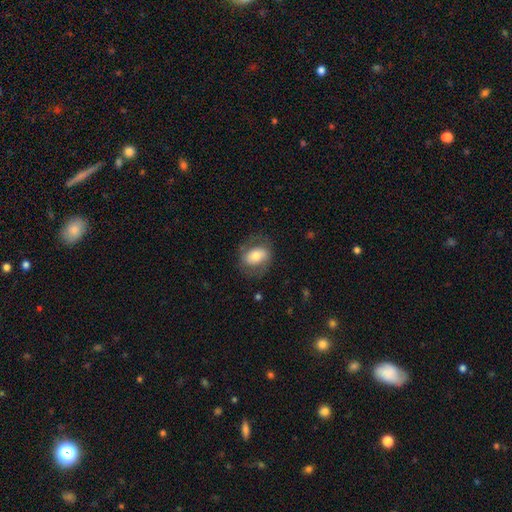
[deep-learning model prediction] Smooth or featured? Predicted: smooth (p=0.61). How rounded? Predicted: in between (p=0.67). Merging? Predicted: none (p=0.70).